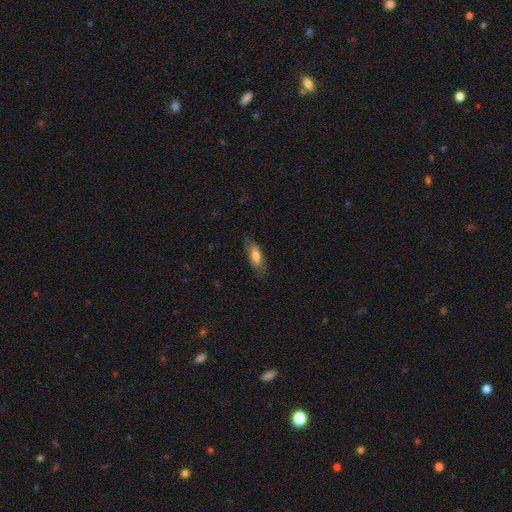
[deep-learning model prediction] The model was most divided on "smooth or featured": smooth: 64%, featured or disk: 29%, star or artifact: 7%. More confident: merging — none (74%); how rounded — in between (67%).